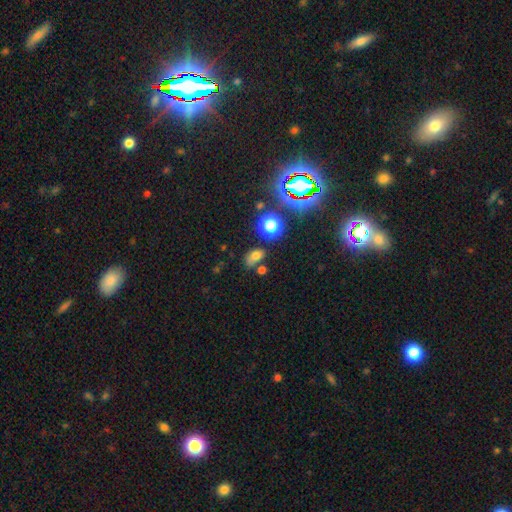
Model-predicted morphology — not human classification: A smooth galaxy with no disk features (65%) that is in between round and cigar-shaped (78%). Merging: none (54%).